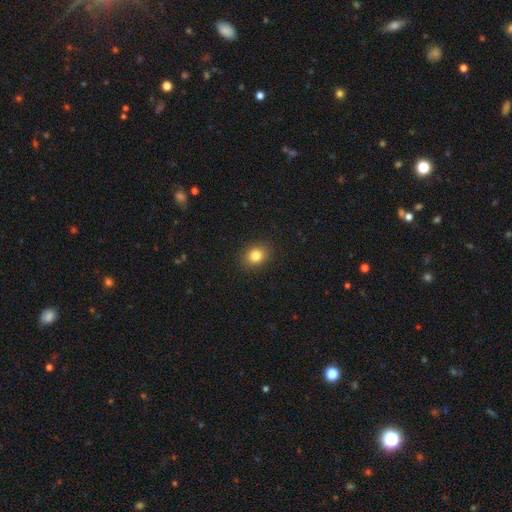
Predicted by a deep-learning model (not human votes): Q: Smooth or featured?
A: smooth (82%); runner-up: star or artifact (11%)
Q: How rounded?
A: round (54%); runner-up: in between (45%)
Q: Merging?
A: none (90%); runner-up: minor disturbance (7%)